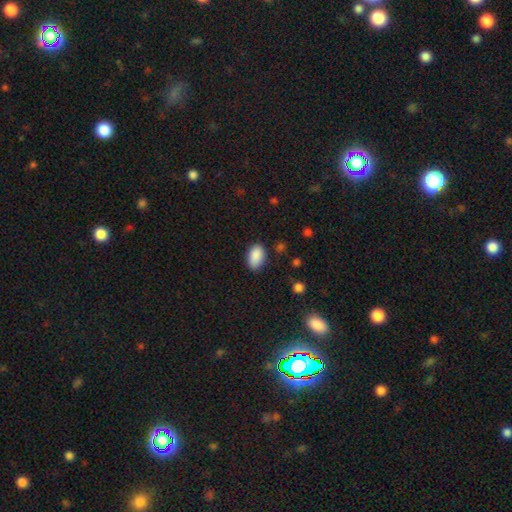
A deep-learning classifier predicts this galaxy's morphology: A smooth galaxy with no disk features (89%) that is in between round and cigar-shaped (91%).

Vote fractions:
- Smooth or featured? smooth: 89% / star or artifact: 7% / featured or disk: 4%
- How rounded? in between: 91% / round: 8% / cigar-shaped: 1%
- Merging? none: 82% / minor disturbance: 14% / major disturbance: 3% / merger: 1%